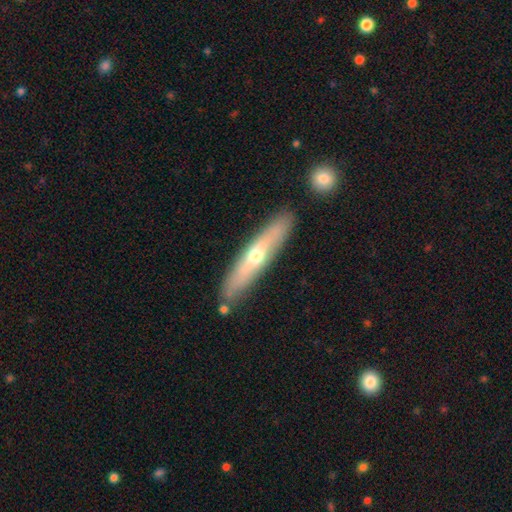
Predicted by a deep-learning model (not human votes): Smooth or featured?
  - featured or disk: 51% *
  - smooth: 44%
  - star or artifact: 6%
Edge-on disk?
  - yes: 80% *
  - no: 20%
Merging?
  - none: 84% *
  - minor disturbance: 10%
  - merger: 4%
  - major disturbance: 2%